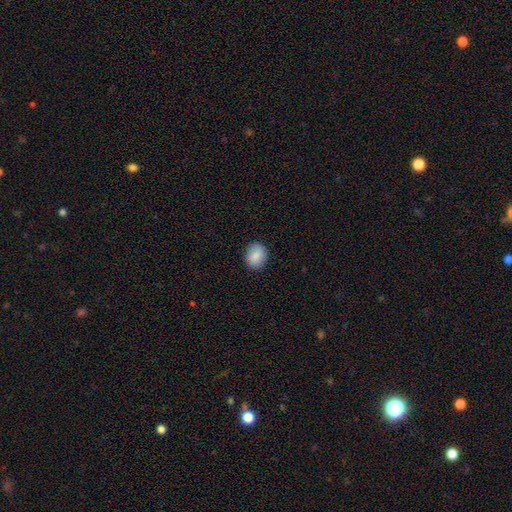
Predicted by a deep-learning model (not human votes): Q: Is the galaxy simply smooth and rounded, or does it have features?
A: smooth — 84%.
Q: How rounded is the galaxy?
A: in between — 52%.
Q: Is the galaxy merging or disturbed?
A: none — 87%.